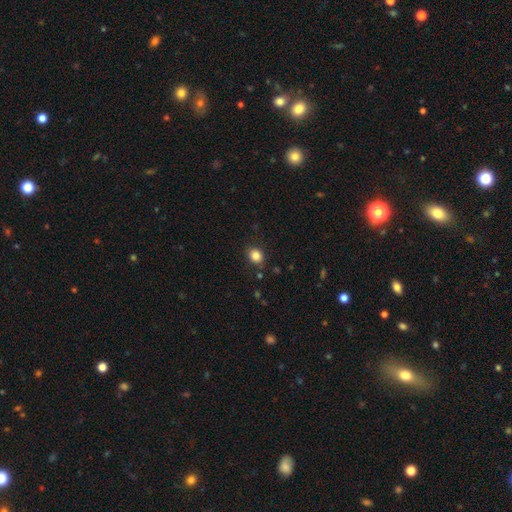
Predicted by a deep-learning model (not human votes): smooth_or_featured: smooth (p=0.84) [alt: star or artifact p=0.11]
how_rounded: round (p=0.60) [alt: in between p=0.39]
merging: none (p=0.84) [alt: minor disturbance p=0.11]